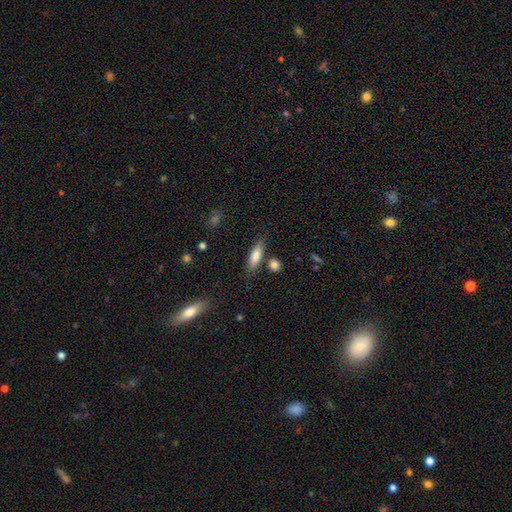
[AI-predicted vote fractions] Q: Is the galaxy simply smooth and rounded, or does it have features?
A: smooth — 82%.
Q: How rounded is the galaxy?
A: cigar-shaped — 49%.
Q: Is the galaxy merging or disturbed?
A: none — 77%.